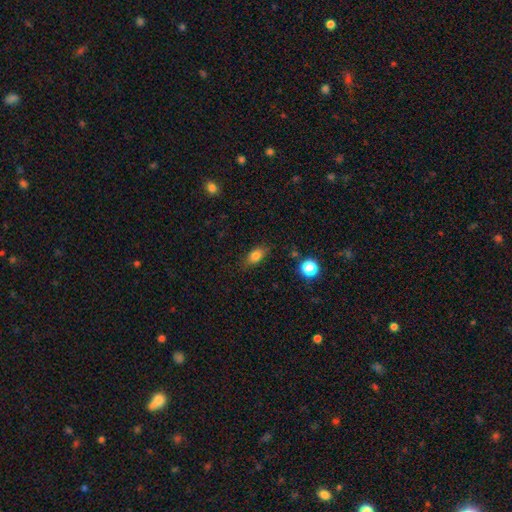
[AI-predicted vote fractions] Morphology: type=smooth (80%); roundness=in between (80%); merging=none (81%).